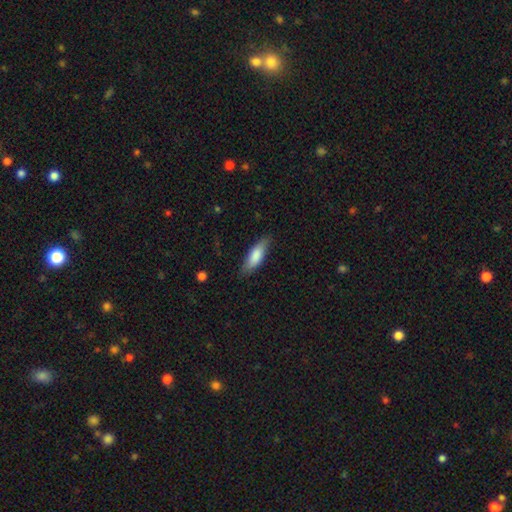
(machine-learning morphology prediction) Smooth or featured: smooth — 80% (featured or disk — 14%)
How rounded: in between — 57% (cigar-shaped — 41%)
Merging: none — 81% (minor disturbance — 15%)